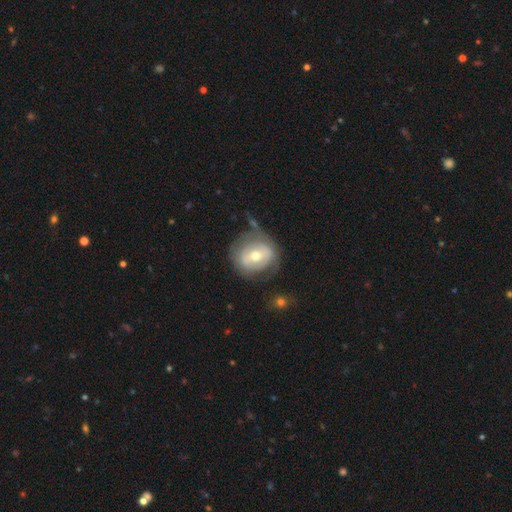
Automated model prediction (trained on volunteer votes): This is possibly a featured or disk galaxy (51%). It is clearly not viewed edge-on (94%). Merging: possibly none (57%).